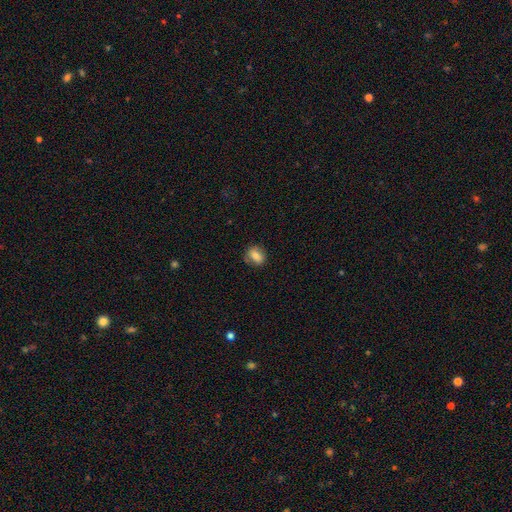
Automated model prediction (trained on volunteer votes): Morphology: type=smooth (77%); roundness=in between (52%); merging=none (78%).